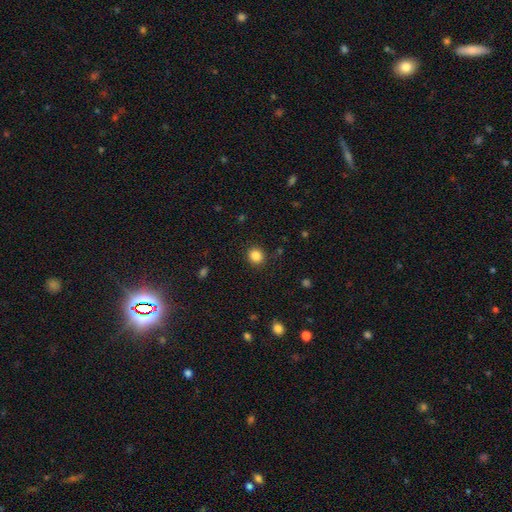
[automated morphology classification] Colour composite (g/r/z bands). It shows a smooth galaxy with no disk features (85%) that is round (81%). Merging: none (90%).